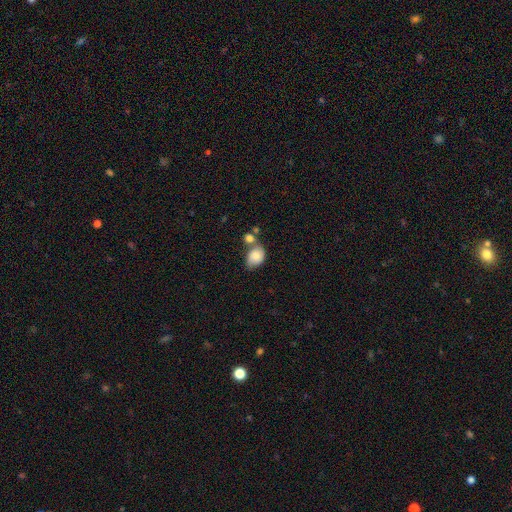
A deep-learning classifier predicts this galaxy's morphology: smooth-or-featured: smooth: 77% | featured or disk: 15% | star or artifact: 8%
  how-rounded: in between: 70% | round: 28% | cigar-shaped: 1%
  merging: none: 36% | merger: 35% | minor disturbance: 21% | major disturbance: 8%